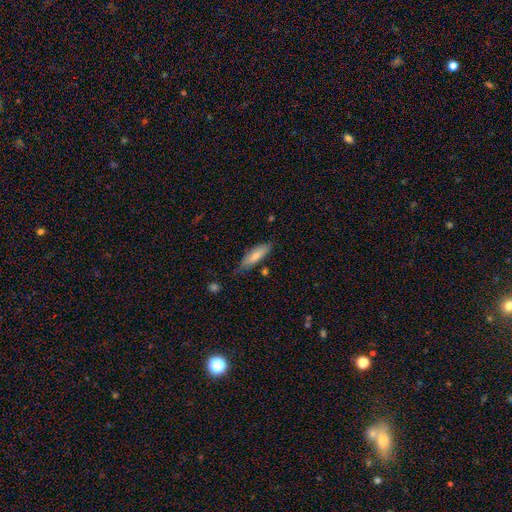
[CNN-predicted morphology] Smooth or featured? Predicted: smooth (p=0.73). How rounded? Predicted: in between (p=0.49, tied with cigar-shaped). Merging? Predicted: none (p=0.65).